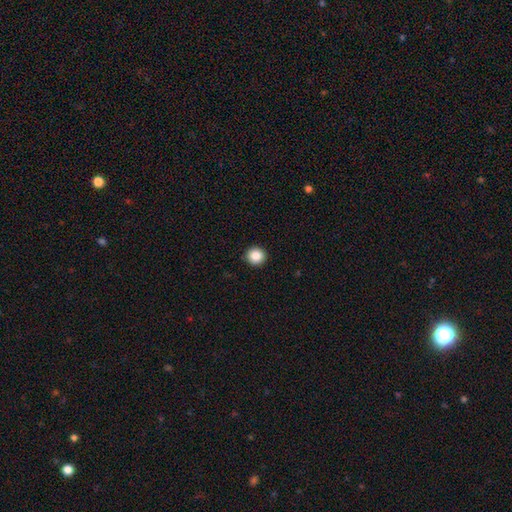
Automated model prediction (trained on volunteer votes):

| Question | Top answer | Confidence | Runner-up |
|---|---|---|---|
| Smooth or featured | smooth | 86% | star or artifact (9%) |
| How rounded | round | 93% | in between (6%) |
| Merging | none | 93% | minor disturbance (5%) |